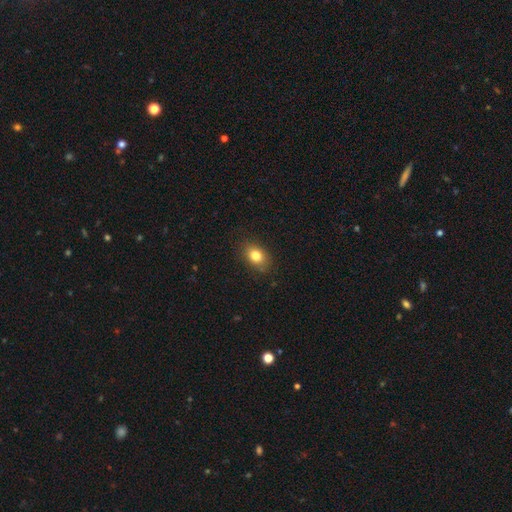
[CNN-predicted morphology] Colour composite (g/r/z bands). It shows a smooth galaxy with no disk features (81%) that is in between round and cigar-shaped (73%). Merging: none (85%).